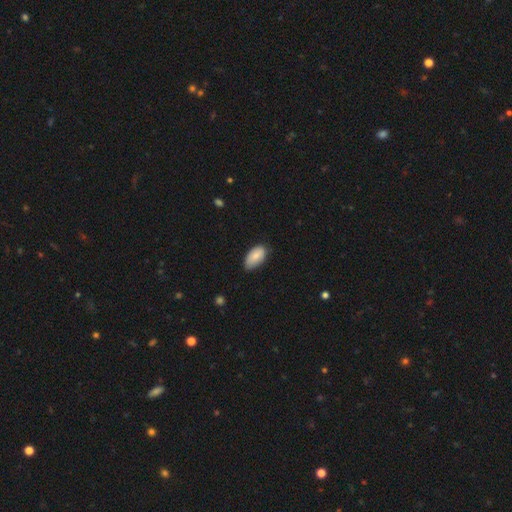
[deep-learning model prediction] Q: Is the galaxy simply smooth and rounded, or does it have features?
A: smooth — 80%.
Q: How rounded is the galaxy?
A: in between — 95%.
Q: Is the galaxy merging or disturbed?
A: none — 72%.